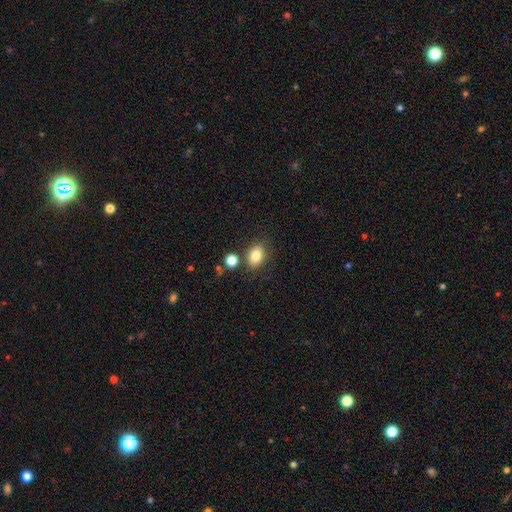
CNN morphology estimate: Smooth or featured: smooth — 83% (star or artifact — 9%)
How rounded: in between — 75% (round — 24%)
Merging: none — 75% (minor disturbance — 12%)